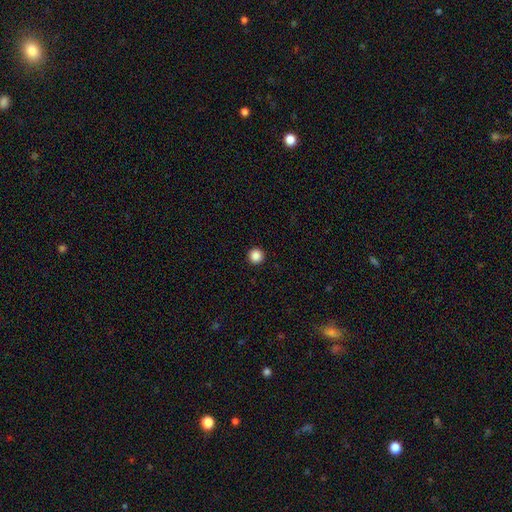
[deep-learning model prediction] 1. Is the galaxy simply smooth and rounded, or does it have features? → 87% smooth, 10% star or artifact, 3% featured or disk.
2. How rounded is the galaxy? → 97% round, 2% in between, 1% cigar-shaped.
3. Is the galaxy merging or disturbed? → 94% none, 4% minor disturbance, 1% major disturbance, 1% merger.